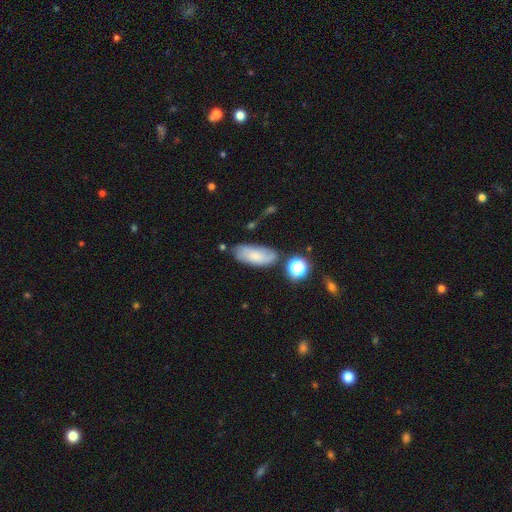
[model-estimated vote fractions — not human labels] smooth 65%, featured or disk 25%, star or artifact 10%. Down the decision tree: how rounded — in between (85%); merging — none (62%).